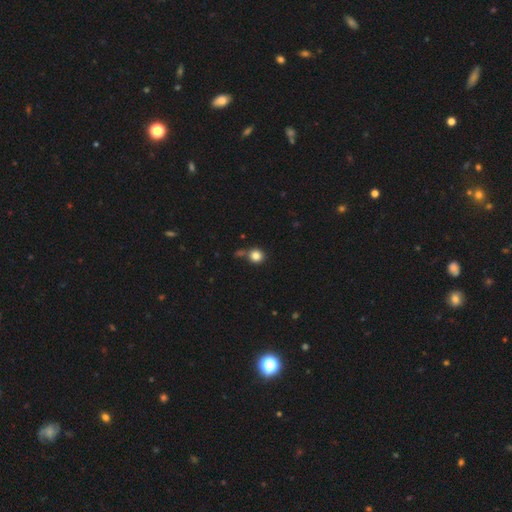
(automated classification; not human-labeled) A smooth galaxy with no disk features (84%) that is round (90%). Merging: none (71%).